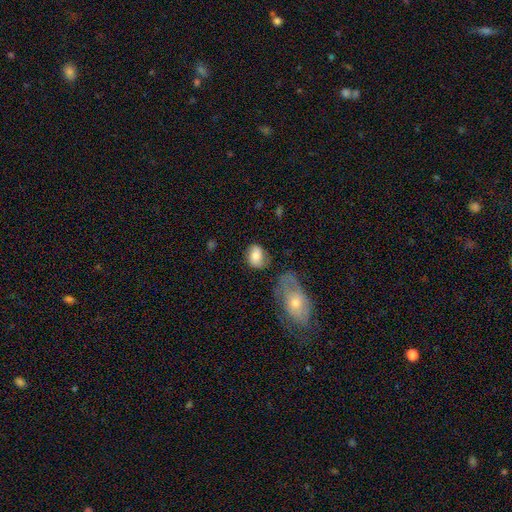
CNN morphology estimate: Smooth or featured? smooth (70%)
How rounded? in between (63%)
Merging? none (62%)